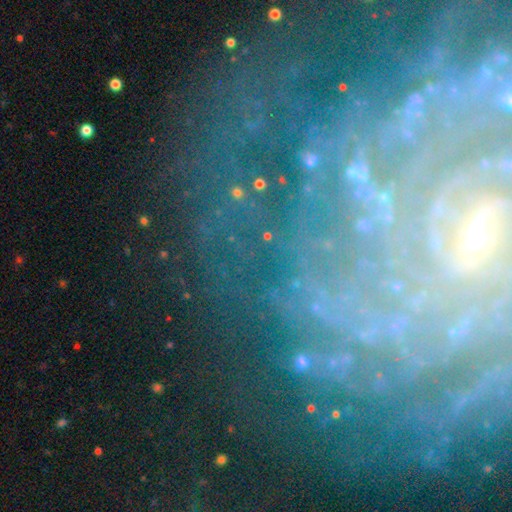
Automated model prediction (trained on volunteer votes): Q: Smooth or featured?
A: featured or disk (75%); runner-up: star or artifact (17%)
Q: Edge-on disk?
A: no (97%); runner-up: yes (3%)
Q: Bar?
A: no (47%); runner-up: weak (32%)
Q: Spiral arms?
A: yes (89%); runner-up: no (11%)
Q: Spiral winding?
A: tight (73%); runner-up: medium (20%)
Q: Spiral arm count?
A: can't tell (33%); runner-up: more than 4 (20%)
Q: Bulge size?
A: small (72%); runner-up: none (12%)
Q: Merging?
A: none (65%); runner-up: minor disturbance (16%)